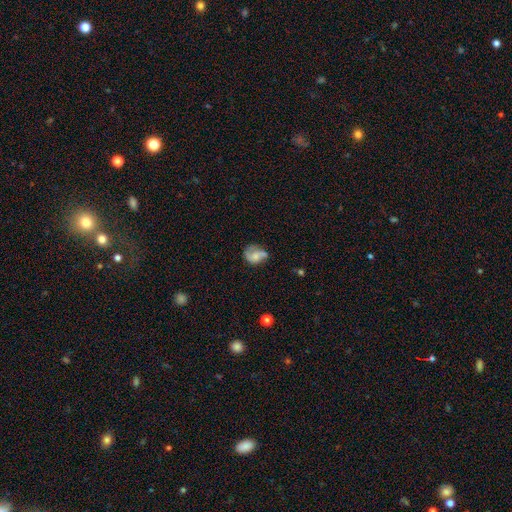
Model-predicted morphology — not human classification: Smooth or featured: smooth — 51% (featured or disk — 39%)
How rounded: in between — 57% (round — 42%)
Merging: none — 40% (minor disturbance — 30%)